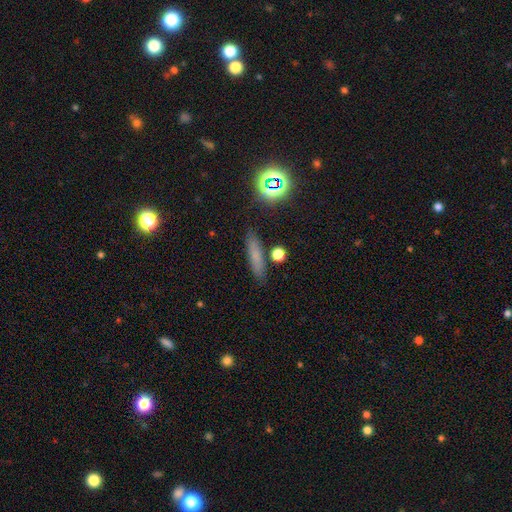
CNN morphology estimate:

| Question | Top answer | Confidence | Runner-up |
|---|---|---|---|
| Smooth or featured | smooth | 68% | featured or disk (16%) |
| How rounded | cigar-shaped | 81% | in between (14%) |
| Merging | none | 86% | minor disturbance (9%) |